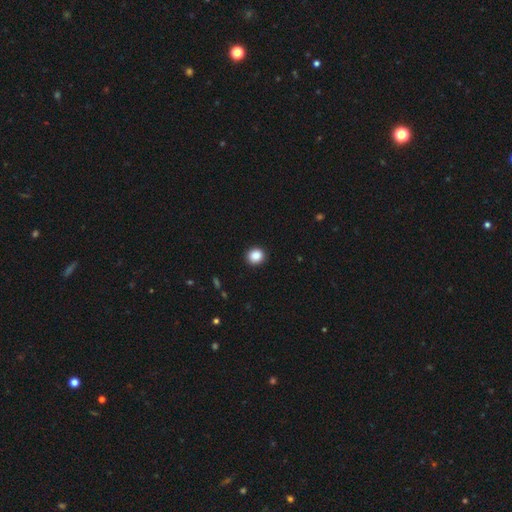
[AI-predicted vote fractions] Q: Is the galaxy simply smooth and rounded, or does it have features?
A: smooth — 87%.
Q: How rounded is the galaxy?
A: round — 86%.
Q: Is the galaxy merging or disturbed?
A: none — 92%.